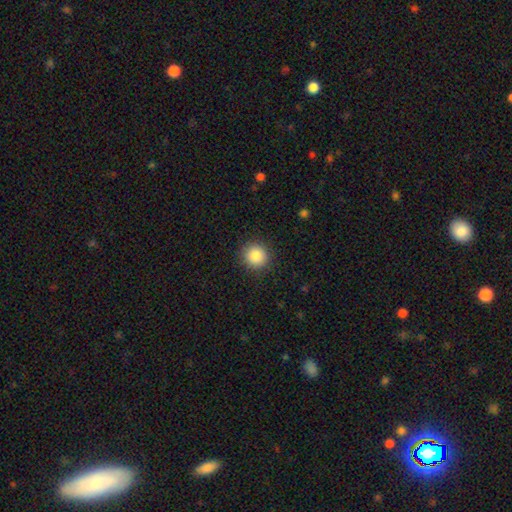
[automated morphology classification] Smooth or featured?
  - smooth: 87% *
  - star or artifact: 9%
  - featured or disk: 4%
How rounded?
  - round: 93% *
  - in between: 6%
  - cigar-shaped: 1%
Merging?
  - none: 91% *
  - minor disturbance: 6%
  - major disturbance: 2%
  - merger: 1%